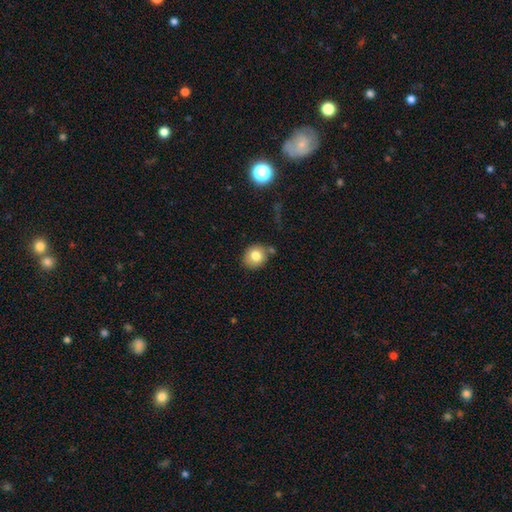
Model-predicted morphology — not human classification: smooth-or-featured: smooth: 80% | featured or disk: 10% | star or artifact: 10%
  how-rounded: round: 73% | in between: 26% | cigar-shaped: 1%
  merging: none: 73% | minor disturbance: 15% | merger: 8% | major disturbance: 4%